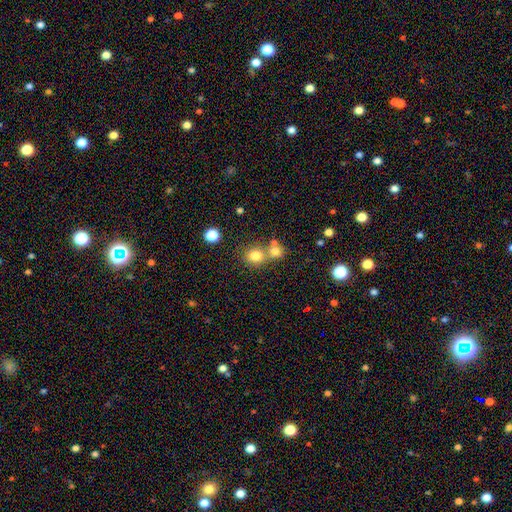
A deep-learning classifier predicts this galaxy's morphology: Overall: smooth (78%). How rounded: round (80%). Merging: none (55%; merger 35%).